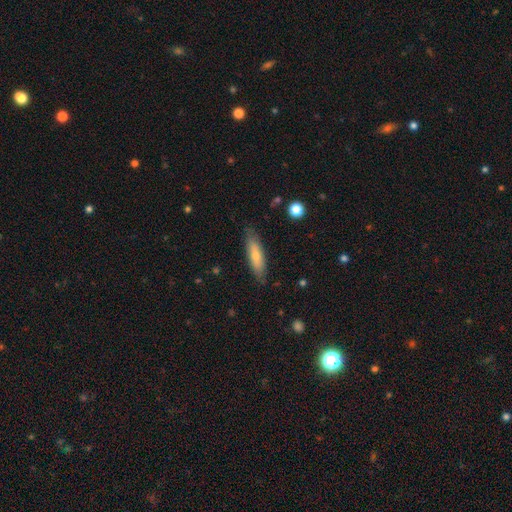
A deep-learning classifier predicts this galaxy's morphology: Q: Smooth or featured?
A: smooth (71%); runner-up: featured or disk (24%)
Q: How rounded?
A: cigar-shaped (62%); runner-up: in between (36%)
Q: Merging?
A: none (81%); runner-up: minor disturbance (14%)